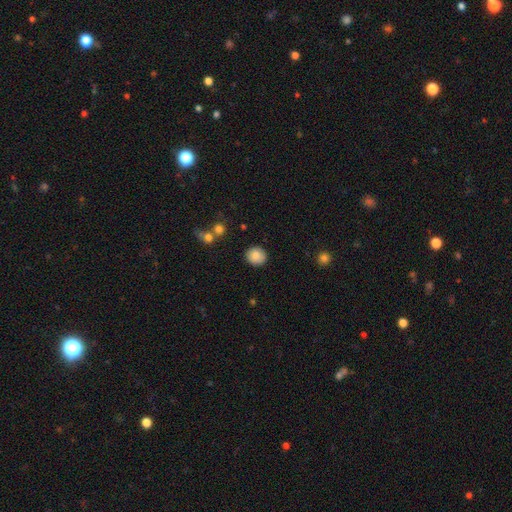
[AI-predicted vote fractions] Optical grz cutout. It shows a smooth galaxy with no disk features (85%) that is round (88%). Merging: none (89%).